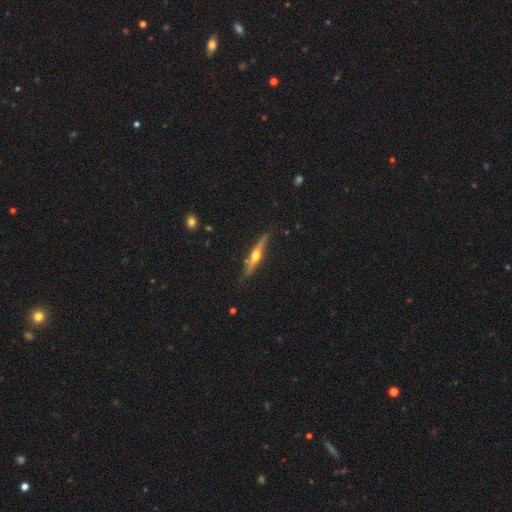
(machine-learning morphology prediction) This appears to be a featured or disk galaxy (71%) viewed edge-on (96%) with a rounded central bulge (93%). Merging: none (84%).